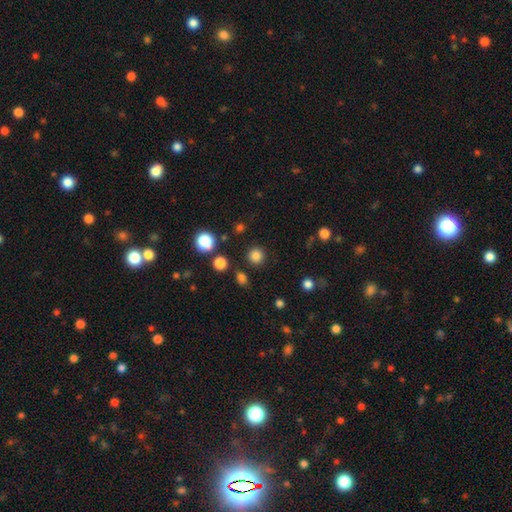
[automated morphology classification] smooth-or-featured: smooth: 83% | star or artifact: 13% | featured or disk: 4%
  how-rounded: round: 94% | in between: 5% | cigar-shaped: 1%
  merging: none: 89% | minor disturbance: 6% | merger: 3% | major disturbance: 3%